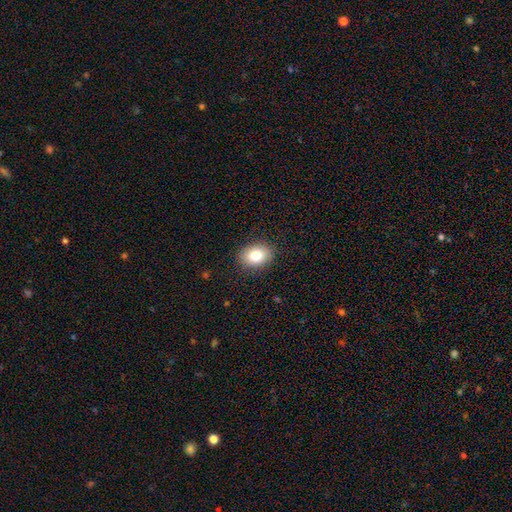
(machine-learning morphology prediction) smooth-or-featured: smooth: 85% | star or artifact: 8% | featured or disk: 7%
  how-rounded: in between: 70% | round: 29% | cigar-shaped: 1%
  merging: none: 87% | minor disturbance: 9% | major disturbance: 3% | merger: 1%